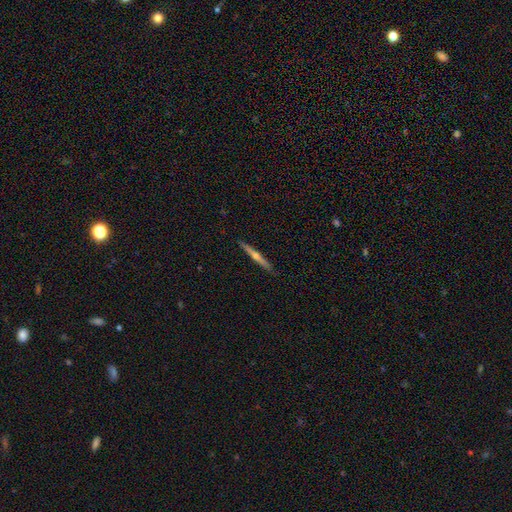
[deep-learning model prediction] A featured or disk galaxy (71%) viewed edge-on (98%) with a rounded central bulge (87%).

Vote fractions:
- Smooth or featured? featured or disk: 71% / smooth: 23% / star or artifact: 6%
- Edge-on disk? yes: 98% / no: 2%
- Edge-on bulge? rounded: 87% / none: 10% / boxy: 3%
- Merging? none: 91% / minor disturbance: 6% / major disturbance: 1% / merger: 1%